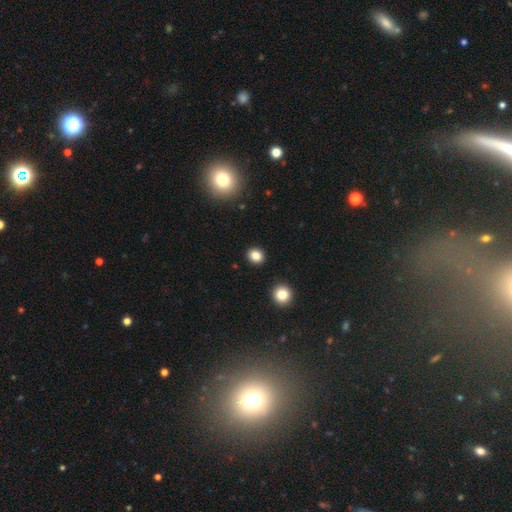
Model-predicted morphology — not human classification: This appears to be a smooth galaxy with no disk features (84%) that is round (77%). Merging: none (91%).